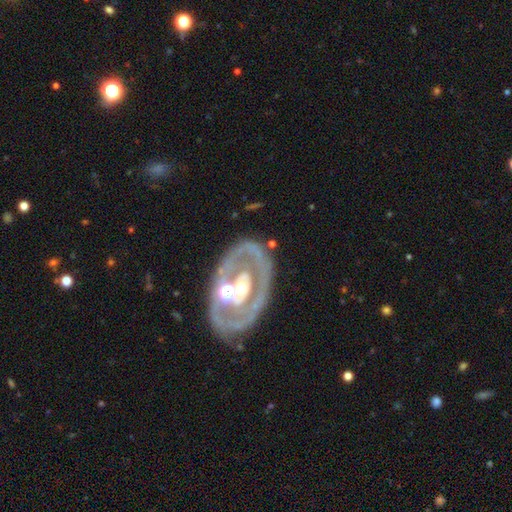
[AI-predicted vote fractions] A featured or disk galaxy (78%) with no bar (73%), no spiral arms (64%) and a moderate central bulge (69%). Merging: none (67%).